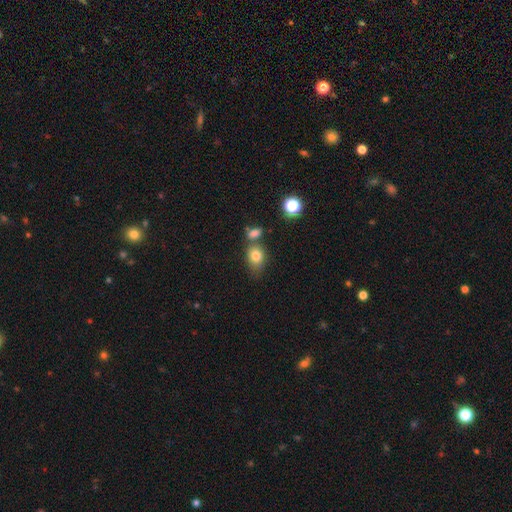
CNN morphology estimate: This is likely a smooth galaxy (80%). How rounded: likely in between (63%). Merging: possibly none (49%).